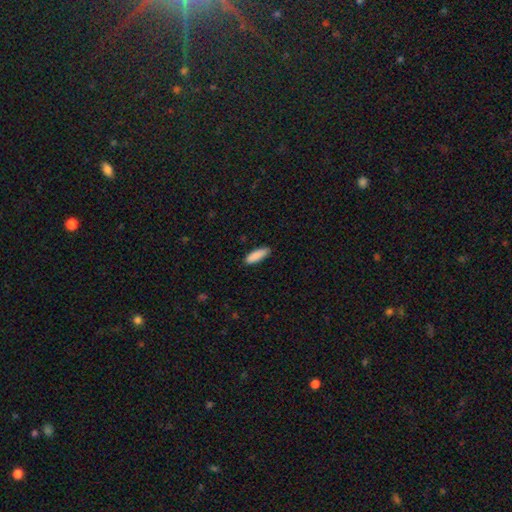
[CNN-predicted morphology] type=smooth (89%); roundness=in between (55%); merging=none (86%).